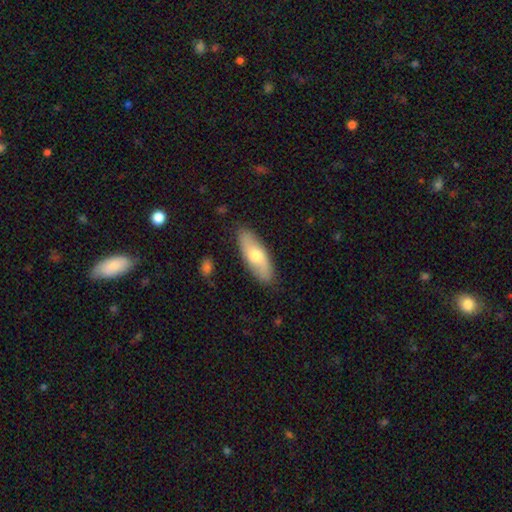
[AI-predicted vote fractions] Overall: smooth (60%; featured or disk 34%). How rounded: in between (68%; cigar-shaped 30%). Merging: none (86%).